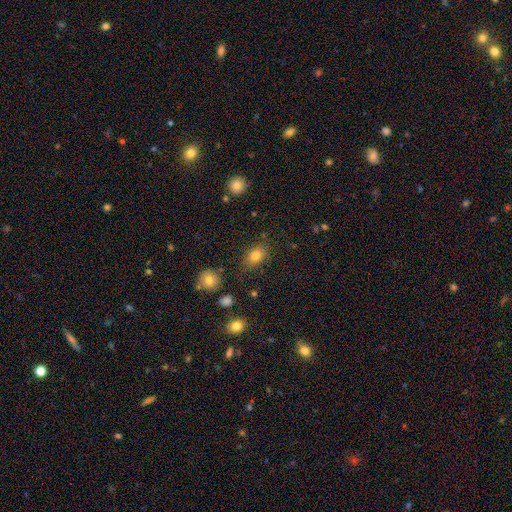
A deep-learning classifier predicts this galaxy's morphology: type=smooth (79%); roundness=in between (77%); merging=none (79%).